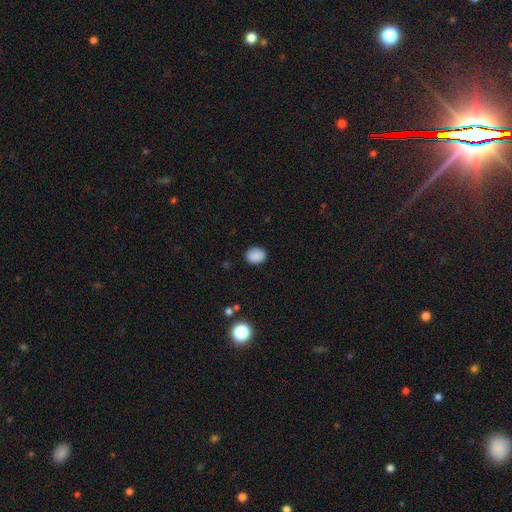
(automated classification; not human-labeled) A smooth galaxy with no disk features (87%) that is round (51%).

Vote fractions:
- Smooth or featured? smooth: 87% / star or artifact: 9% / featured or disk: 4%
- How rounded? round: 51% / in between: 48% / cigar-shaped: 1%
- Merging? none: 86% / minor disturbance: 10% / major disturbance: 2% / merger: 1%